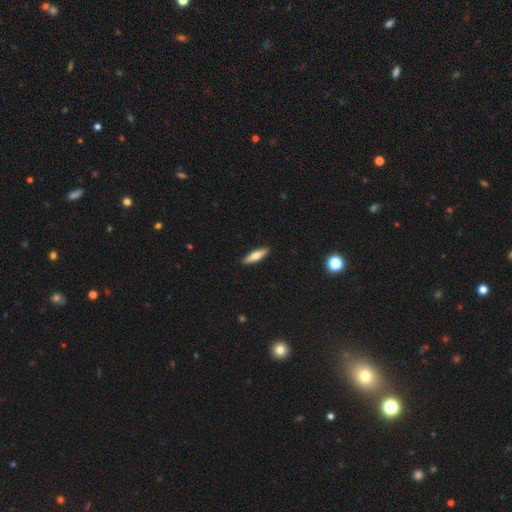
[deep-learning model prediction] Morphology: type=smooth (59%); roundness=cigar-shaped (71%); merging=none (91%).